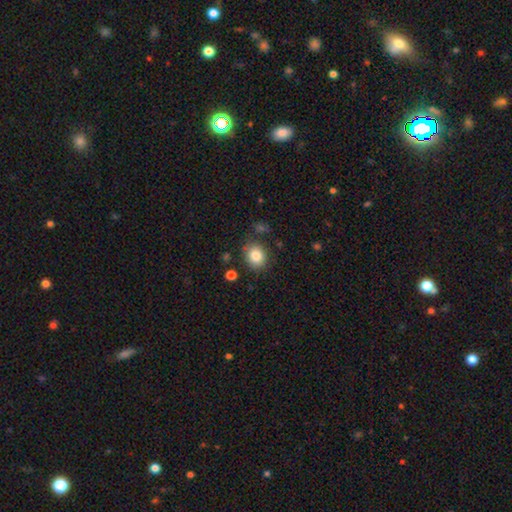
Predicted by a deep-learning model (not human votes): Smooth or featured?
  - smooth: 84% *
  - star or artifact: 10%
  - featured or disk: 7%
How rounded?
  - round: 68% *
  - in between: 31%
  - cigar-shaped: 1%
Merging?
  - none: 81% *
  - minor disturbance: 12%
  - major disturbance: 4%
  - merger: 4%